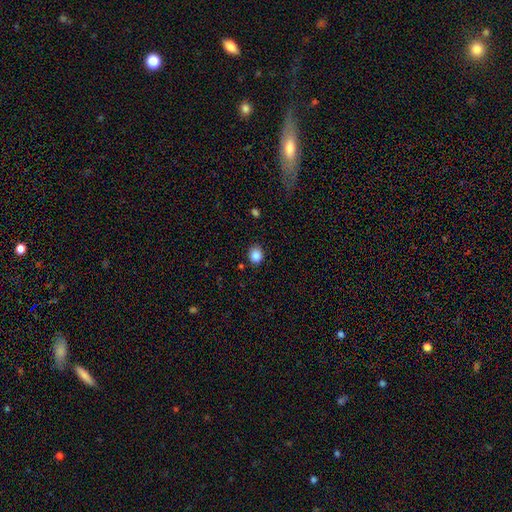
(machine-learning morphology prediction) Smooth or featured? Predicted: smooth (p=0.85). How rounded? Predicted: round (p=0.59). Merging? Predicted: none (p=0.86).